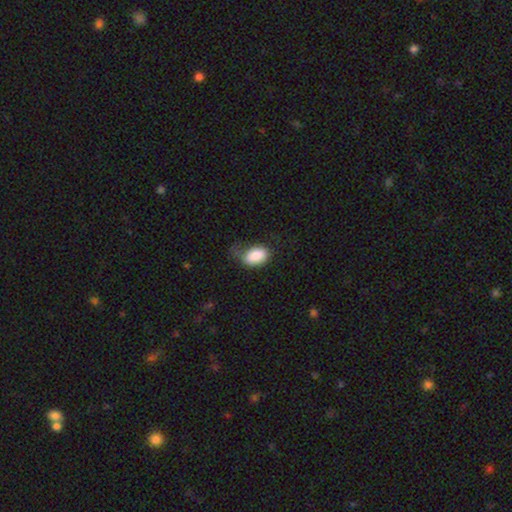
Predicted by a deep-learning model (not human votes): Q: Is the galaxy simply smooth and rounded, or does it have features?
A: smooth — 87%.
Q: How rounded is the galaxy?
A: in between — 91%.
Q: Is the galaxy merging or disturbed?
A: none — 41%.